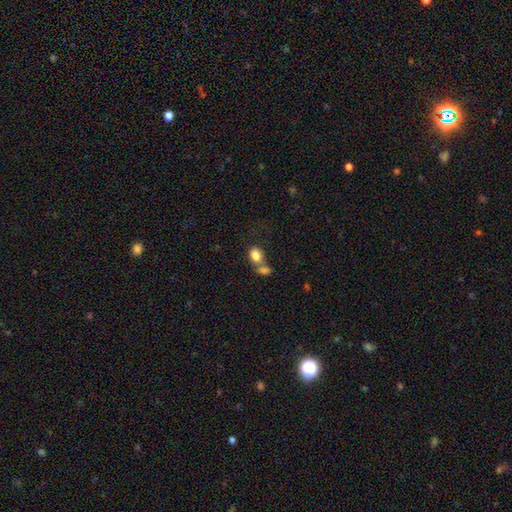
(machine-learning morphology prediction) This is clearly a smooth galaxy (82%). How rounded: likely in between (69%). Merging: possibly merger (48%).